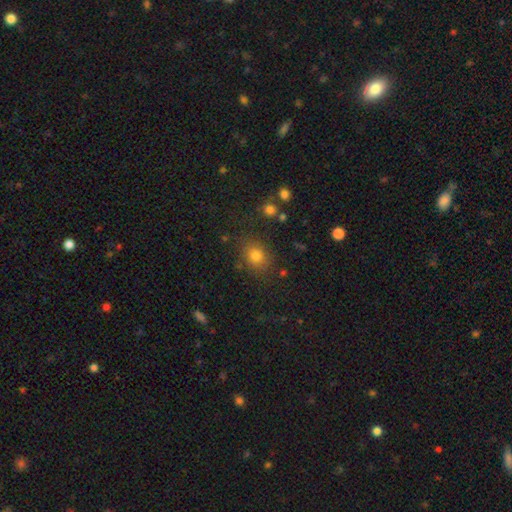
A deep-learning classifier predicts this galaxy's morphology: smooth-or-featured: smooth: 78% | star or artifact: 14% | featured or disk: 8%
  how-rounded: round: 61% | in between: 38% | cigar-shaped: 1%
  merging: none: 80% | minor disturbance: 12% | major disturbance: 5% | merger: 3%